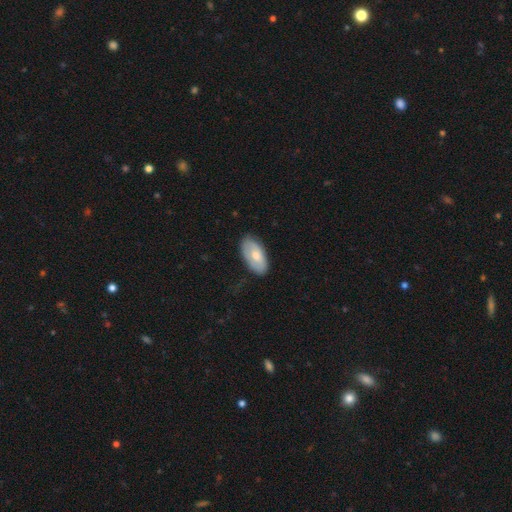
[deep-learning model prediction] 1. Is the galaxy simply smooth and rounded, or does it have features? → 66% smooth, 29% featured or disk, 5% star or artifact.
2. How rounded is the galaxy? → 94% in between, 3% cigar-shaped, 2% round.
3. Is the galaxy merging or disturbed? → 77% none, 18% minor disturbance, 4% major disturbance, 1% merger.